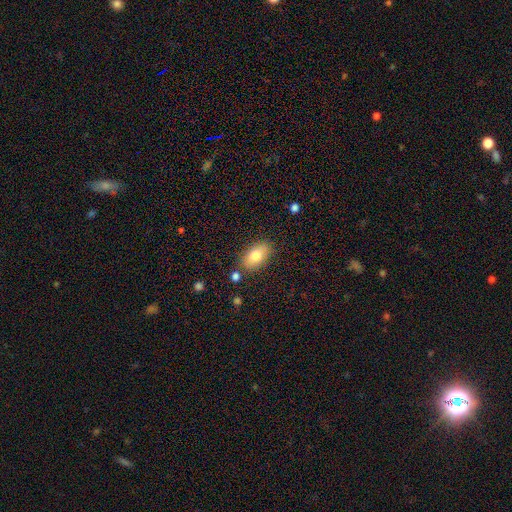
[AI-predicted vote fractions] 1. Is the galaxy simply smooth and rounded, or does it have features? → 78% smooth, 14% featured or disk, 7% star or artifact.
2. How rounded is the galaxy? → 91% in between, 6% round, 3% cigar-shaped.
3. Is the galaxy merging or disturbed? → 82% none, 11% minor disturbance, 3% merger, 3% major disturbance.